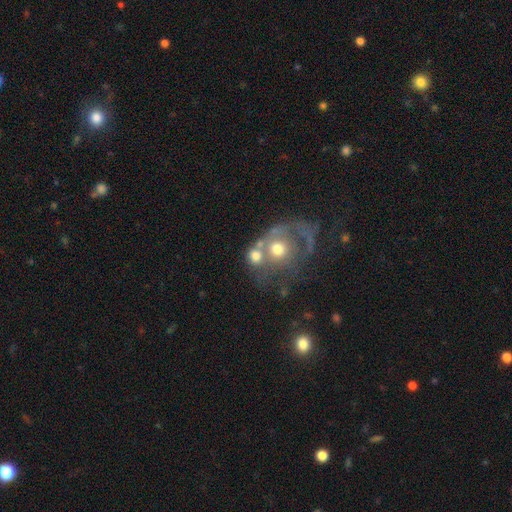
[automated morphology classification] A smooth galaxy with no disk features (53%) that is round (70%). Merging: merger (49%).